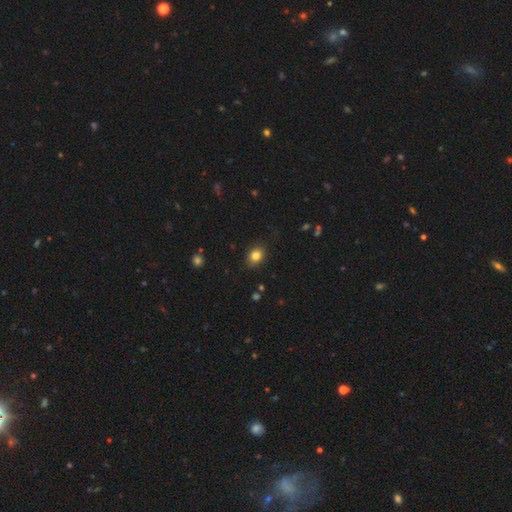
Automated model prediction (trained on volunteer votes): Smooth or featured: smooth — 83% (star or artifact — 10%)
How rounded: in between — 59% (round — 40%)
Merging: none — 86% (minor disturbance — 11%)